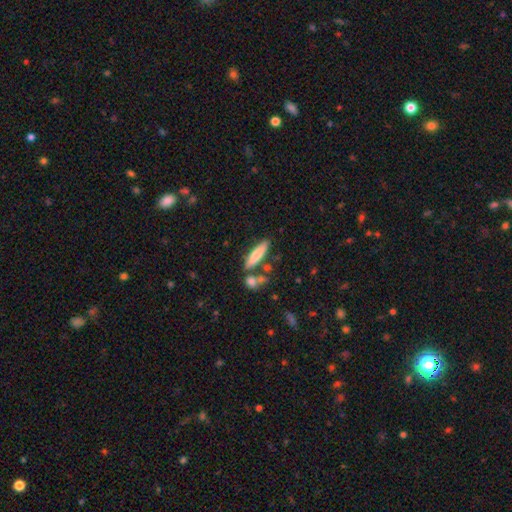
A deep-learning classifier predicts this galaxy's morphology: smooth_or_featured: smooth (p=0.72) [alt: featured or disk p=0.22]
how_rounded: cigar-shaped (p=0.72) [alt: in between p=0.26]
merging: none (p=0.70) [alt: minor disturbance p=0.13]